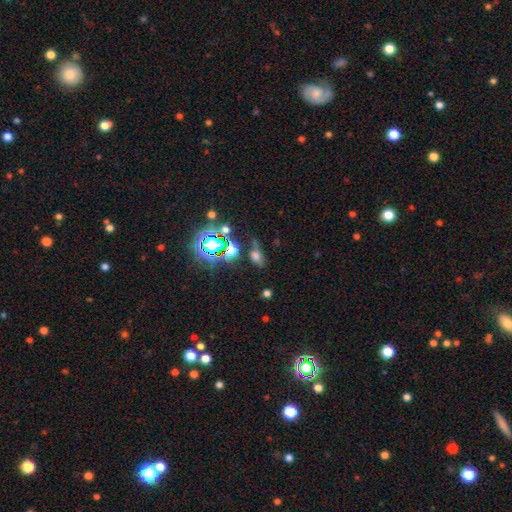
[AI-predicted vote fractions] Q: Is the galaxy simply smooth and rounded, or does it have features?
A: smooth — 55%.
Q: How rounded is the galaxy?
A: in between — 69%.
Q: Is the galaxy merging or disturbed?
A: none — 49%.